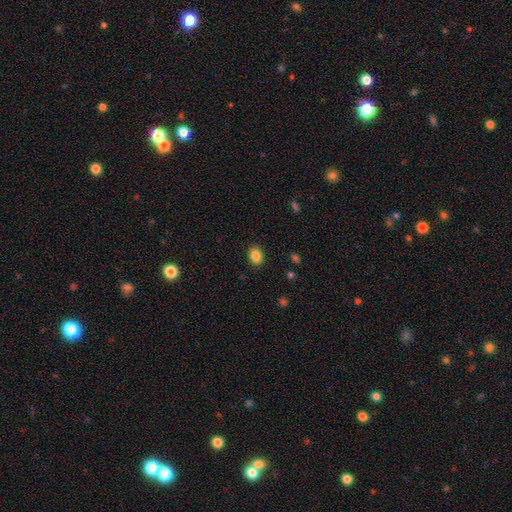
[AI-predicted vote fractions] Overall: smooth (86%). How rounded: in between (61%; round 39%). Merging: none (88%).